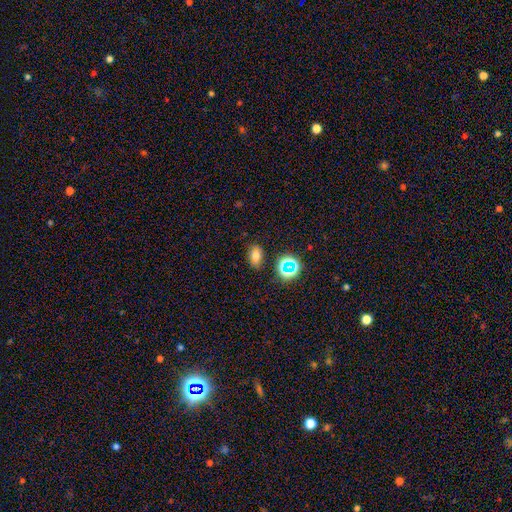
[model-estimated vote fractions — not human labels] This is likely a smooth galaxy (73%). How rounded: clearly in between (84%). Merging: clearly none (82%).